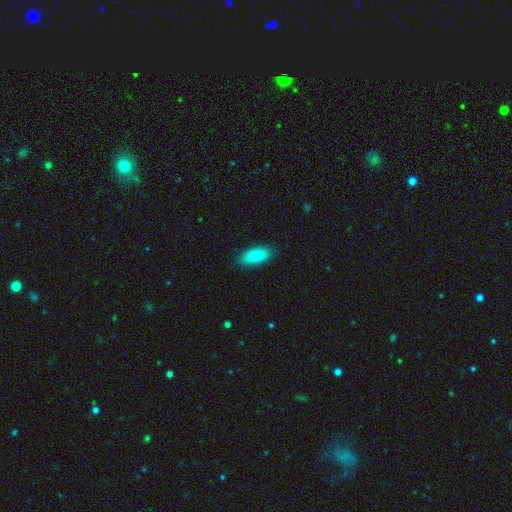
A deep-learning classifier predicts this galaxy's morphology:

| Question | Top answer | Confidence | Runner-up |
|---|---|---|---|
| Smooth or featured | smooth | 81% | featured or disk (12%) |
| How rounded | in between | 84% | cigar-shaped (14%) |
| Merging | none | 87% | minor disturbance (10%) |